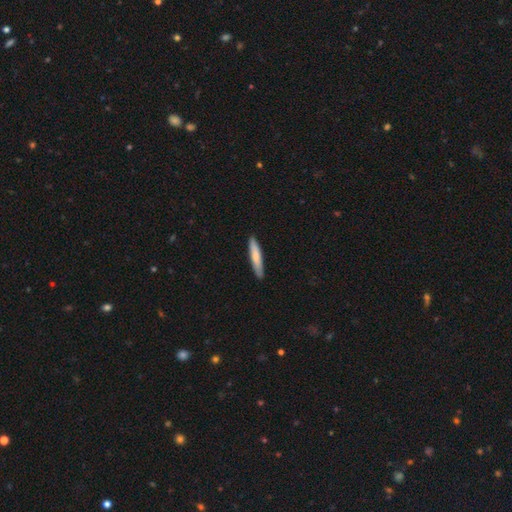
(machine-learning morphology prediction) smooth 74%, featured or disk 21%, star or artifact 5%. Down the decision tree: how rounded — cigar-shaped (90%); merging — none (89%).